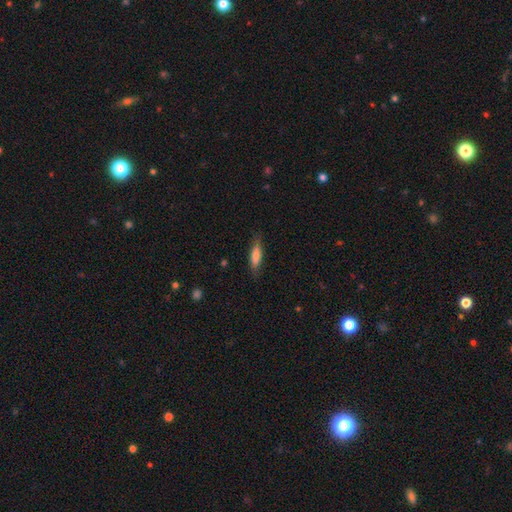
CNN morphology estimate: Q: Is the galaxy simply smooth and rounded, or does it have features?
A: smooth — 74%.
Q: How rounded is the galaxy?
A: cigar-shaped — 58%.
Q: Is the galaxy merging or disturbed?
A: none — 80%.